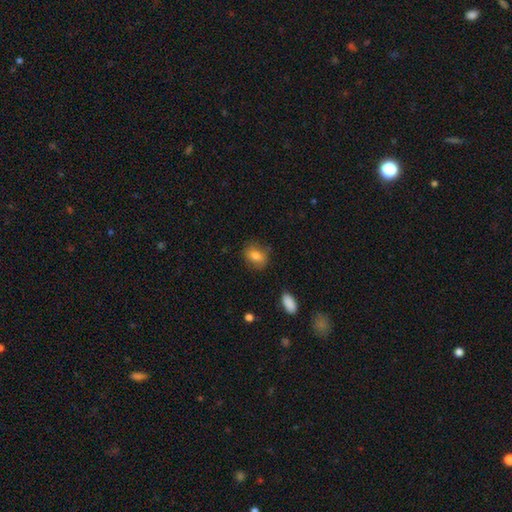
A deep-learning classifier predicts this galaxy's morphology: A smooth galaxy with no disk features (80%) that is in between round and cigar-shaped (59%).

Vote fractions:
- Smooth or featured? smooth: 80% / featured or disk: 11% / star or artifact: 9%
- How rounded? in between: 59% / round: 39% / cigar-shaped: 2%
- Merging? none: 78% / minor disturbance: 16% / major disturbance: 4% / merger: 2%